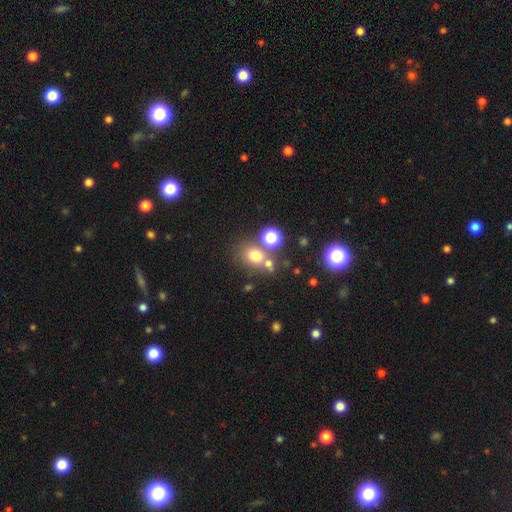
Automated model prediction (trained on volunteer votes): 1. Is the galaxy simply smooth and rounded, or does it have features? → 69% smooth, 20% star or artifact, 11% featured or disk.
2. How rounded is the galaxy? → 66% round, 33% in between, 1% cigar-shaped.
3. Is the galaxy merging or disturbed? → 59% none, 24% merger, 11% minor disturbance, 5% major disturbance.